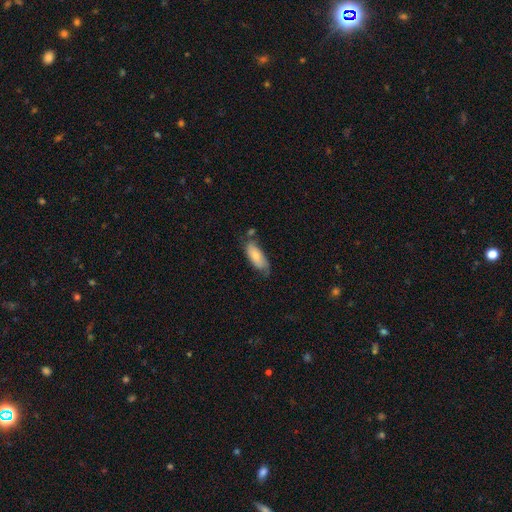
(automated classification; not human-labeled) The model was most divided on "merging": none: 53%, minor disturbance: 30%, merger: 8%, major disturbance: 8%. More confident: how rounded — in between (77%); smooth or featured — smooth (76%).